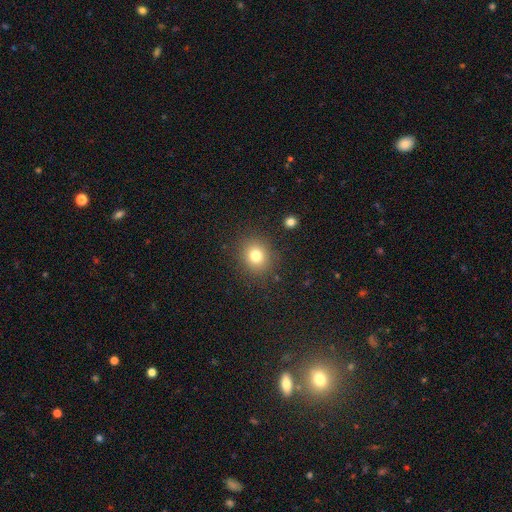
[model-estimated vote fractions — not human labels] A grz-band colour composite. It shows a smooth galaxy with no disk features (78%) that is round (78%). Merging: none (86%).